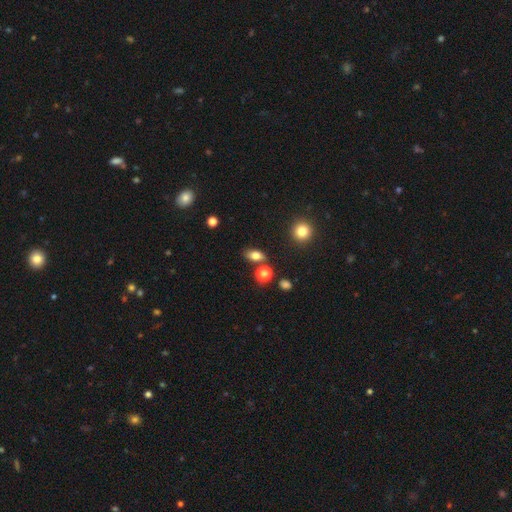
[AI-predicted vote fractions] This appears to be a smooth galaxy with no disk features (79%) that is in between round and cigar-shaped (79%). Merging: none (75%).